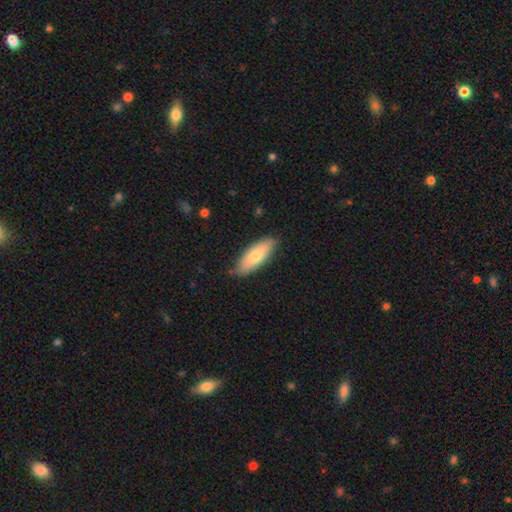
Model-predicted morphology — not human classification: A smooth galaxy with no disk features (72%) that is in between round and cigar-shaped (73%).

Vote fractions:
- Smooth or featured? smooth: 72% / featured or disk: 22% / star or artifact: 6%
- How rounded? in between: 73% / cigar-shaped: 25% / round: 2%
- Merging? none: 79% / minor disturbance: 17% / major disturbance: 3% / merger: 1%